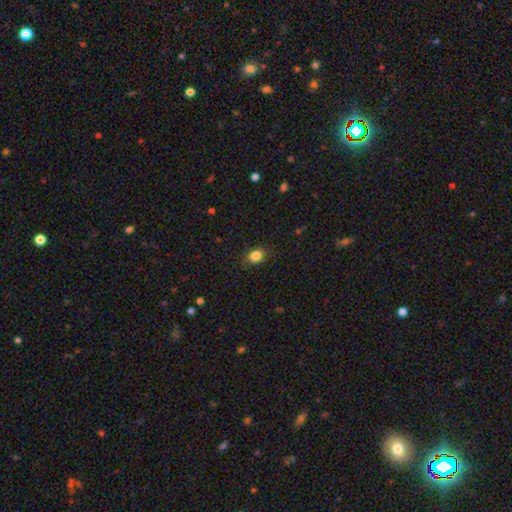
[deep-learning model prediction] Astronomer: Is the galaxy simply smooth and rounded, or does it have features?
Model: smooth — 85%.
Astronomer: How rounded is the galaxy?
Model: in between — 57% (runner-up: round, 42%).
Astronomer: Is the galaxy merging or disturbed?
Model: none — 84%.